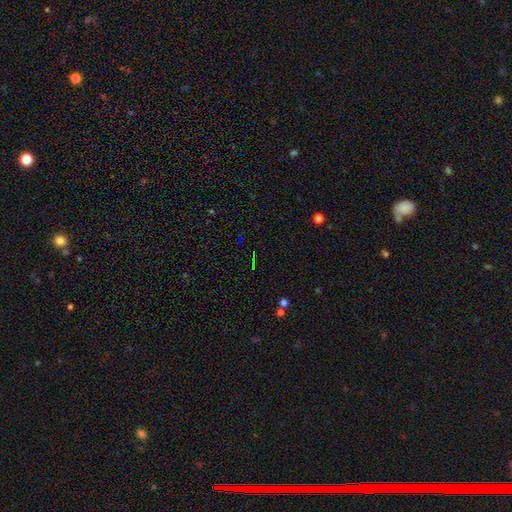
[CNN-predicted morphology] star or artifact 70%, smooth 18%, featured or disk 12%.